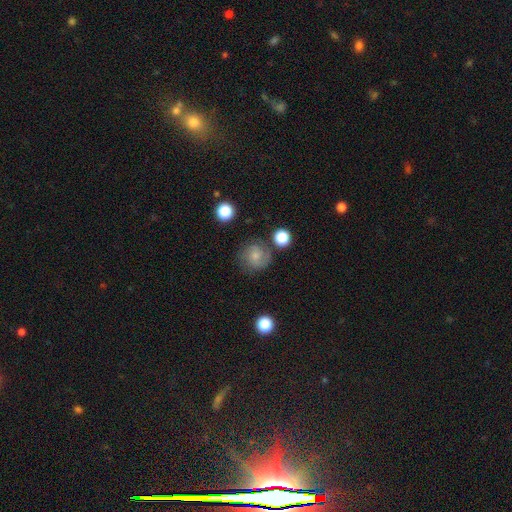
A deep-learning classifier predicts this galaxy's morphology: This appears to be a smooth galaxy with no disk features (51%) that is round (87%). Merging: none (70%).